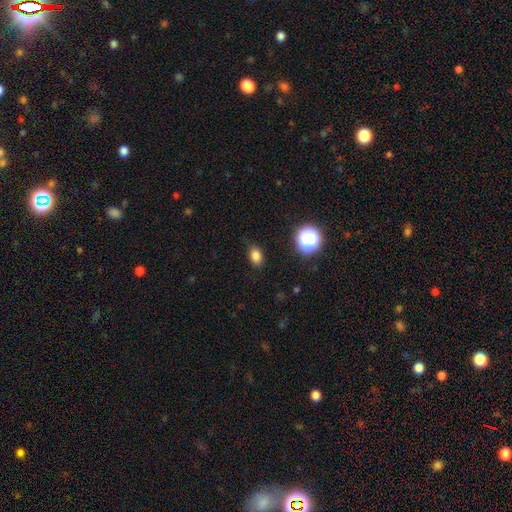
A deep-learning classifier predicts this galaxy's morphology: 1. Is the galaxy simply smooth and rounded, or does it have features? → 82% smooth, 13% star or artifact, 5% featured or disk.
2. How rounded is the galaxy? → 75% in between, 23% round, 1% cigar-shaped.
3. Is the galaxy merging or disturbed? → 84% none, 12% minor disturbance, 3% major disturbance, 1% merger.